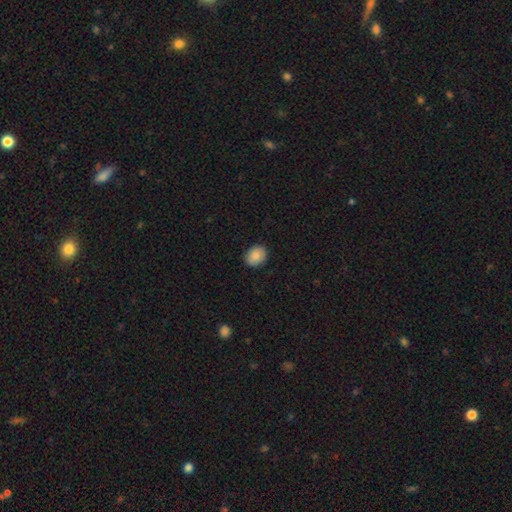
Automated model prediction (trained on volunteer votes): Smooth or featured: smooth — 85% (star or artifact — 8%)
How rounded: round — 56% (in between — 43%)
Merging: none — 89% (minor disturbance — 8%)